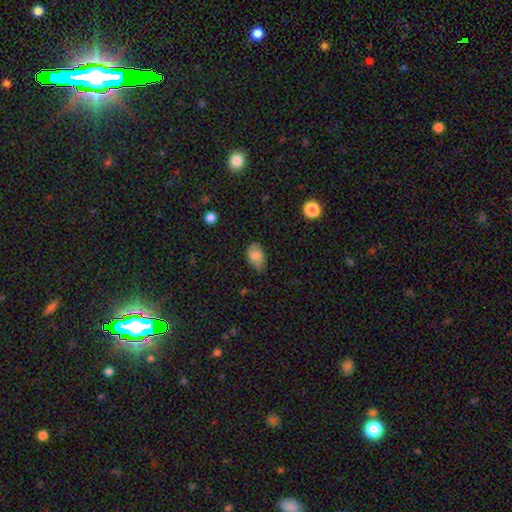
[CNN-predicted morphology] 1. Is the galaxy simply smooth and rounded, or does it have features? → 80% smooth, 12% featured or disk, 8% star or artifact.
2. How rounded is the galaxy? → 90% in between, 9% round, 2% cigar-shaped.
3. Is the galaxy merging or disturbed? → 64% none, 29% minor disturbance, 6% major disturbance, 2% merger.